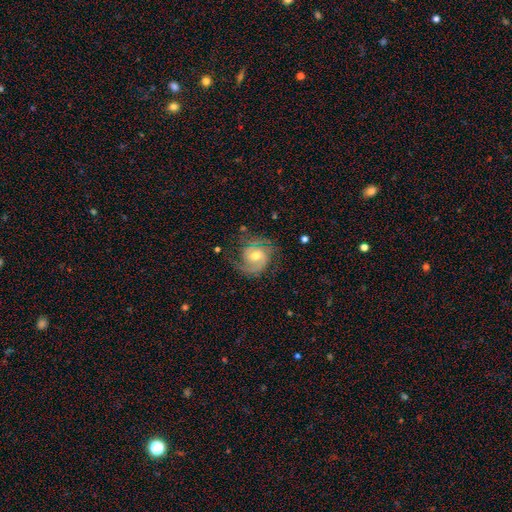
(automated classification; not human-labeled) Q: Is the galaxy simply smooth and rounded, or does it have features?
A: featured or disk — 82%.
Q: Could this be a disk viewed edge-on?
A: no — 98%.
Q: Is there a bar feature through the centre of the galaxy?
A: no — 54%.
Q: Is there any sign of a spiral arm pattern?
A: yes — 95%.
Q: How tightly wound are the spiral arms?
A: medium — 45%.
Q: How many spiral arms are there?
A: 2 — 66%.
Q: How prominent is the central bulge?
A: moderate — 68%.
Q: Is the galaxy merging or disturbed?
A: none — 68%.